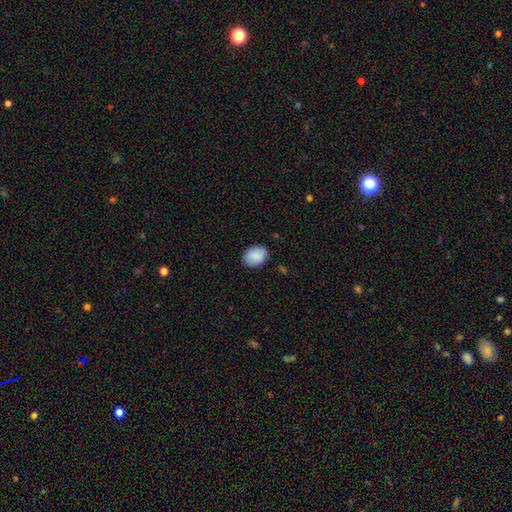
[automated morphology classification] Overall: smooth (87%). How rounded: in between (68%; round 31%). Merging: none (84%).